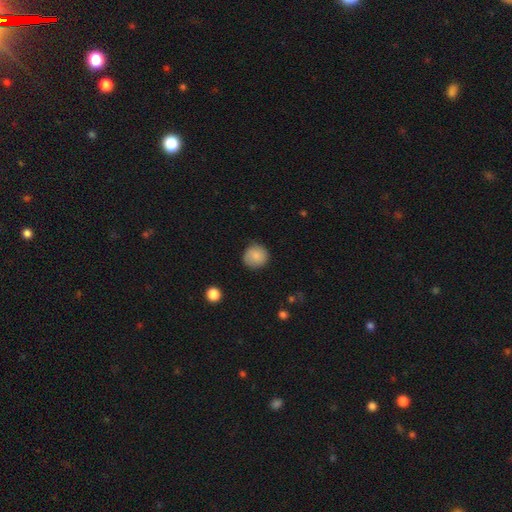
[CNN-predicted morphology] Q: Smooth or featured?
A: smooth (84%); runner-up: featured or disk (8%)
Q: How rounded?
A: round (92%); runner-up: in between (7%)
Q: Merging?
A: none (85%); runner-up: minor disturbance (11%)